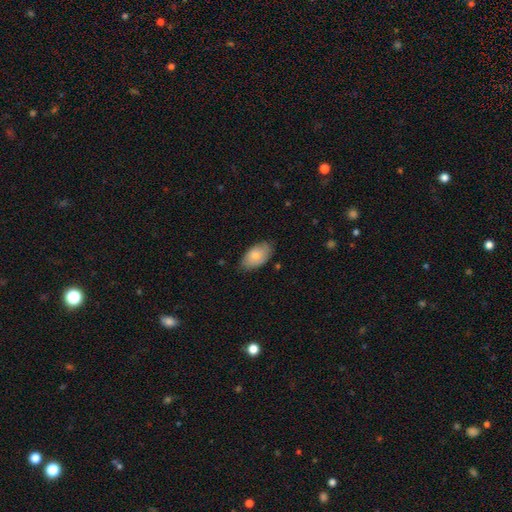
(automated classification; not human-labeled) smooth_or_featured: smooth (p=0.75) [alt: featured or disk p=0.19]
how_rounded: in between (p=0.94) [alt: round p=0.05]
merging: none (p=0.75) [alt: minor disturbance p=0.20]